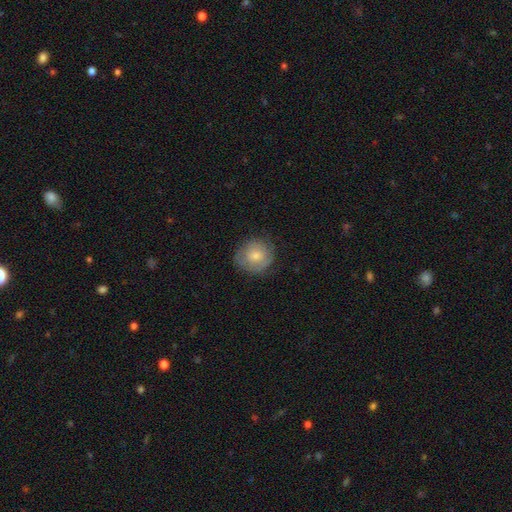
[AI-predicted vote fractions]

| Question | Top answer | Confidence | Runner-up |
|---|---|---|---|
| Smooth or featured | smooth | 69% | featured or disk (24%) |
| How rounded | round | 90% | in between (9%) |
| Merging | none | 75% | minor disturbance (18%) |